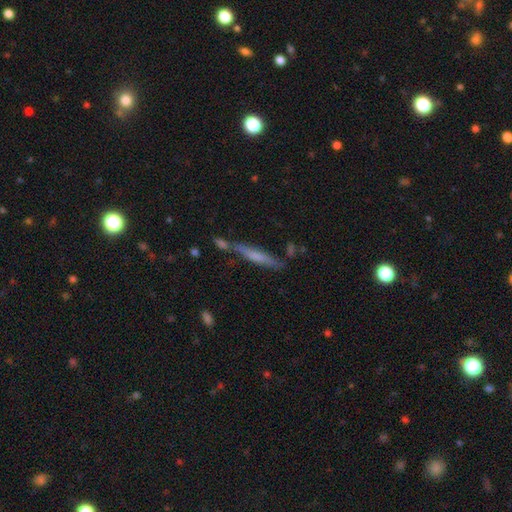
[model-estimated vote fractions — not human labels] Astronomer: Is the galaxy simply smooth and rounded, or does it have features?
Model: smooth — 46% (runner-up: featured or disk, 45%).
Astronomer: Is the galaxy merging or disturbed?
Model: none — 63%.